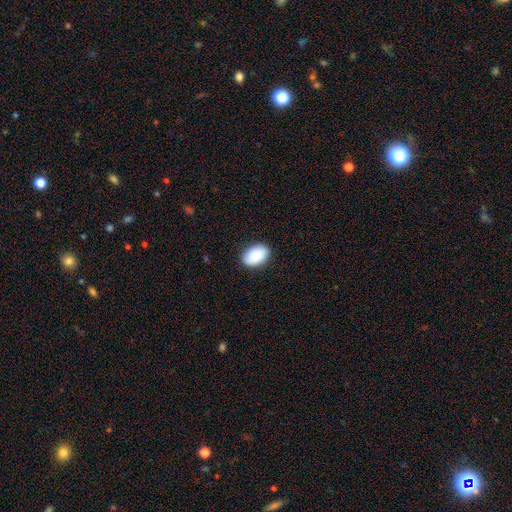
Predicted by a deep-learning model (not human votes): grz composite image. It shows a smooth galaxy with no disk features (90%) that is in between round and cigar-shaped (89%). Merging: none (88%).